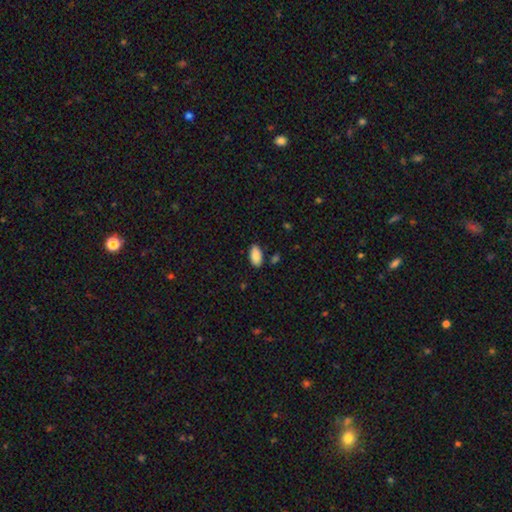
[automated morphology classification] A smooth galaxy with no disk features (89%) that is in between round and cigar-shaped (94%). Merging: none (81%).